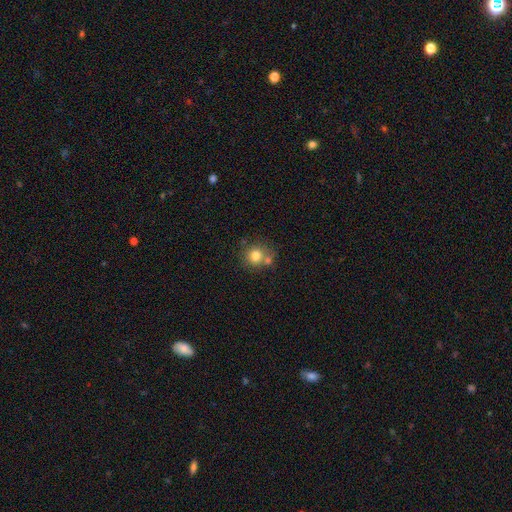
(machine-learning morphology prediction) The model was most divided on "merging": none: 59%, merger: 26%, minor disturbance: 11%, major disturbance: 4%. More confident: how rounded — round (87%); smooth or featured — smooth (77%).